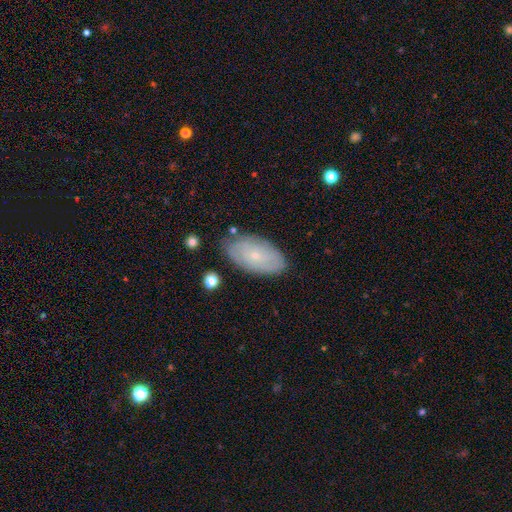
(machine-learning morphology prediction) Overall: smooth (47%; featured or disk 45%). Merging: none (81%).